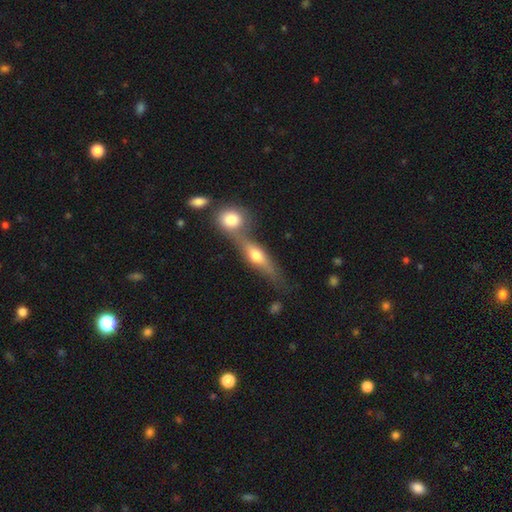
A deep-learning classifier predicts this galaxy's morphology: Overall: smooth (47%; featured or disk 45%). Merging: merger (45%; none 40%).